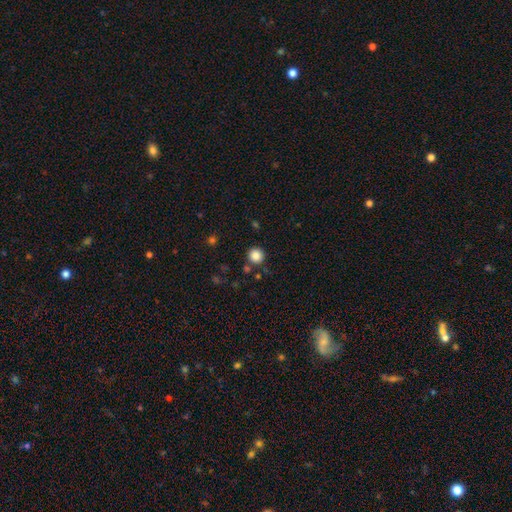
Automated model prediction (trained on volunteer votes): Smooth or featured: smooth — 86% (star or artifact — 11%)
How rounded: round — 94% (in between — 5%)
Merging: none — 86% (minor disturbance — 7%)